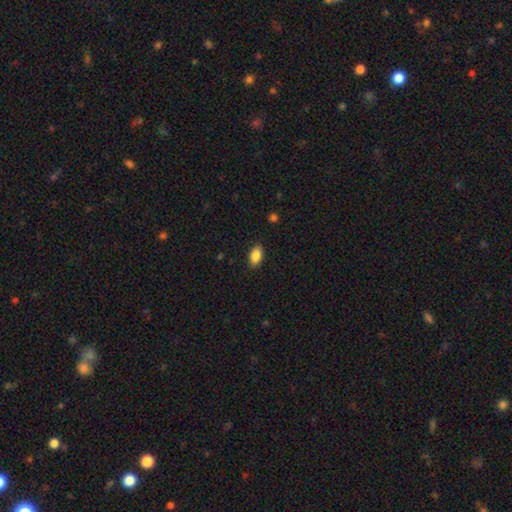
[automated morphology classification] Smooth or featured: smooth — 87% (star or artifact — 8%)
How rounded: in between — 91% (round — 6%)
Merging: none — 87% (minor disturbance — 9%)